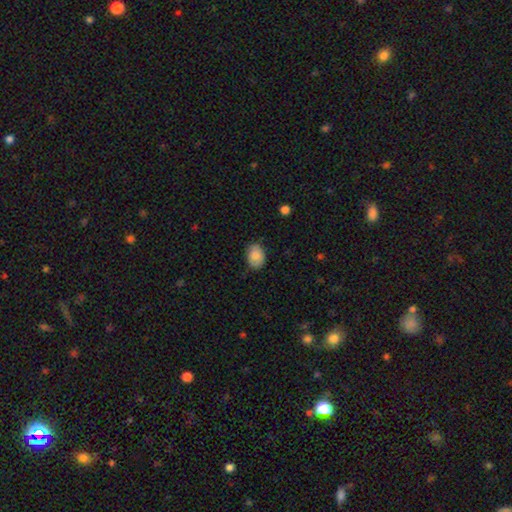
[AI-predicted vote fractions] smooth-or-featured: smooth: 86% | star or artifact: 7% | featured or disk: 7%
  how-rounded: in between: 78% | round: 21% | cigar-shaped: 1%
  merging: none: 79% | minor disturbance: 17% | major disturbance: 3% | merger: 1%